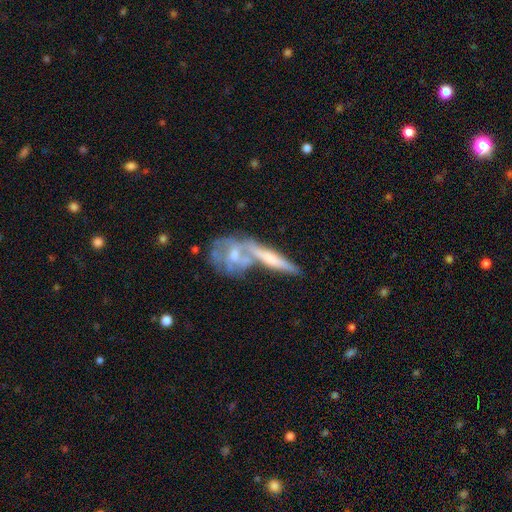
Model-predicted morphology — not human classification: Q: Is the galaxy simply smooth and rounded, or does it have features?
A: featured or disk — 66%.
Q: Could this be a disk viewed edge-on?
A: no — 60%.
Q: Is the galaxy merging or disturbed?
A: merger — 51%.